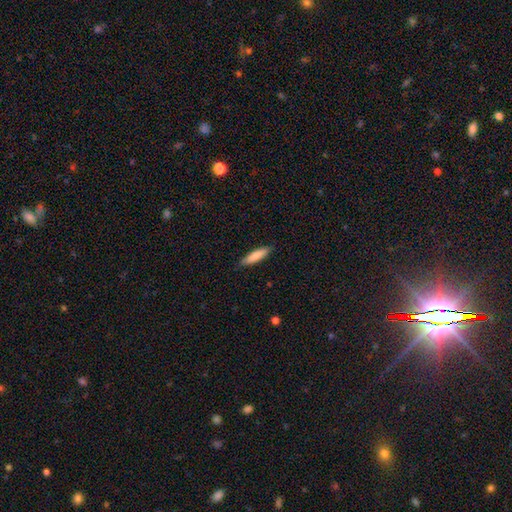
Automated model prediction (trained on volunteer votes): Overall: smooth (83%). How rounded: cigar-shaped (77%). Merging: none (88%).